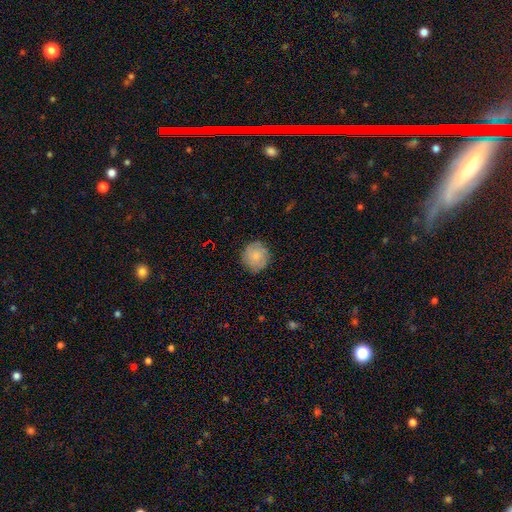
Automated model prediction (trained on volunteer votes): Smooth or featured? Predicted: smooth (p=0.59). How rounded? Predicted: round (p=0.89). Merging? Predicted: none (p=0.83).